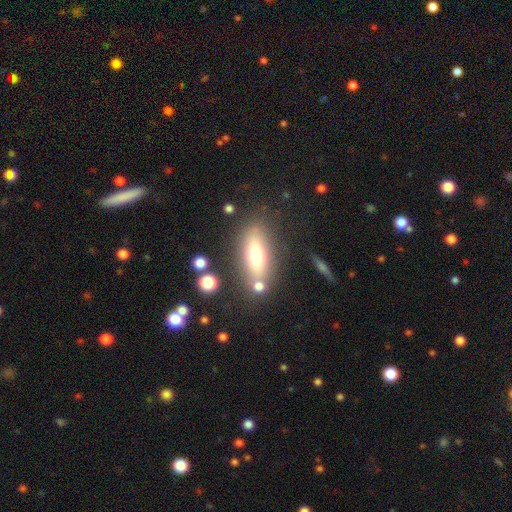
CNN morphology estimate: Smooth or featured? Predicted: smooth (p=0.61). How rounded? Predicted: in between (p=0.68). Merging? Predicted: none (p=0.73).